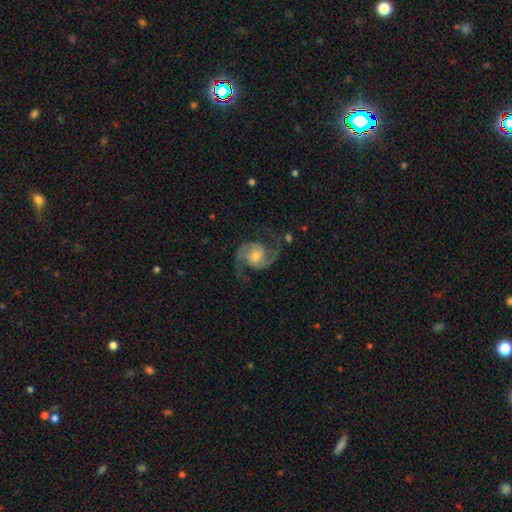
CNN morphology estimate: Smooth or featured: featured or disk — 91% (star or artifact — 5%)
Edge-on disk: no — 98% (yes — 2%)
Bar: no — 53% (weak — 37%)
Spiral arms: yes — 98% (no — 2%)
Spiral winding: medium — 59% (loose — 27%)
Spiral arm count: 2 — 94% (can't tell — 2%)
Bulge size: moderate — 51% (small — 37%)
Merging: none — 79% (minor disturbance — 13%)